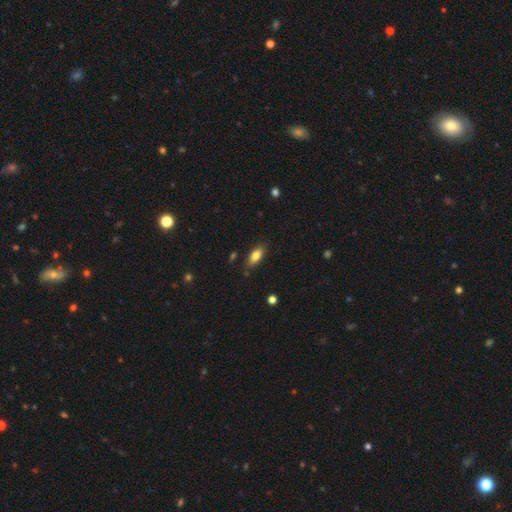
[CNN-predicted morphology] This is likely a smooth galaxy (75%). How rounded: likely in between (79%). Merging: clearly none (82%).